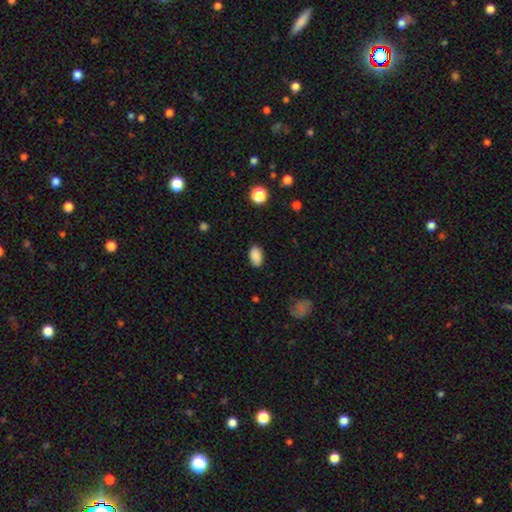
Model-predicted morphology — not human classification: Q: Smooth or featured?
A: smooth (88%); runner-up: star or artifact (8%)
Q: How rounded?
A: in between (92%); runner-up: round (6%)
Q: Merging?
A: none (85%); runner-up: minor disturbance (11%)